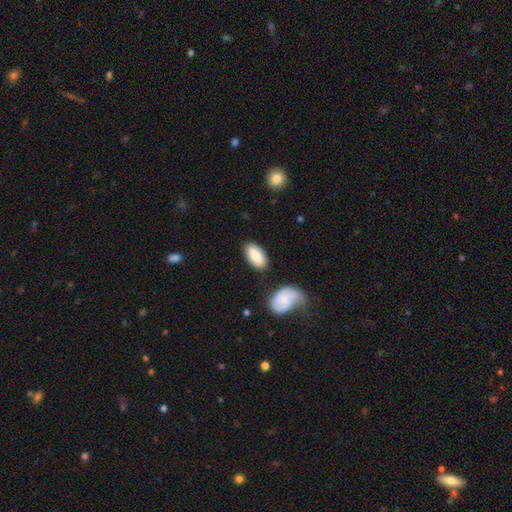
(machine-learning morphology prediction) Overall: smooth (85%). How rounded: in between (93%). Merging: none (78%).